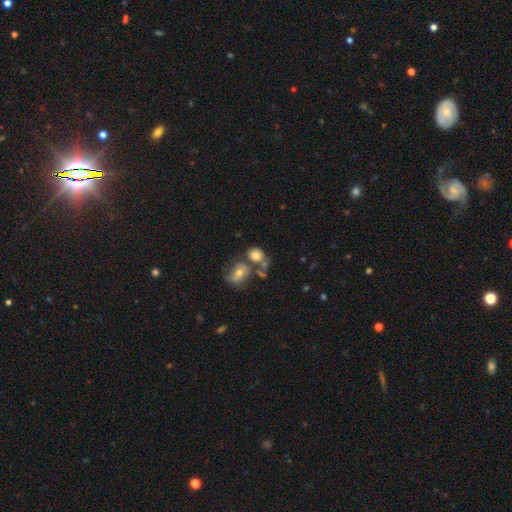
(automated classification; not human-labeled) Morphology: type=smooth (75%); roundness=round (63%); merging=none (39%).